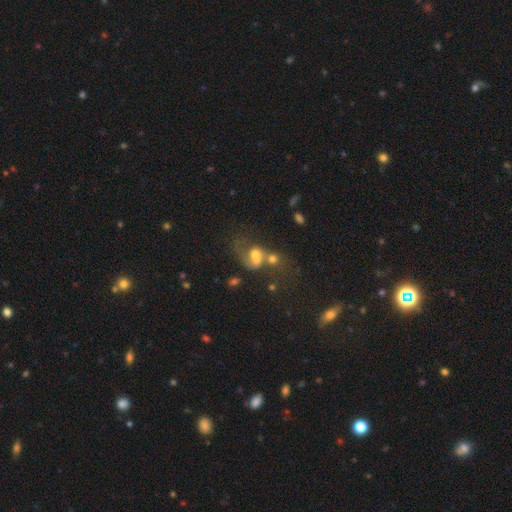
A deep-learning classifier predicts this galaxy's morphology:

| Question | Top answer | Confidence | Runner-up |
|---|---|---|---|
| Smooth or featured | smooth | 48% | featured or disk (39%) |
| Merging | merger | 65% | major disturbance (14%) |